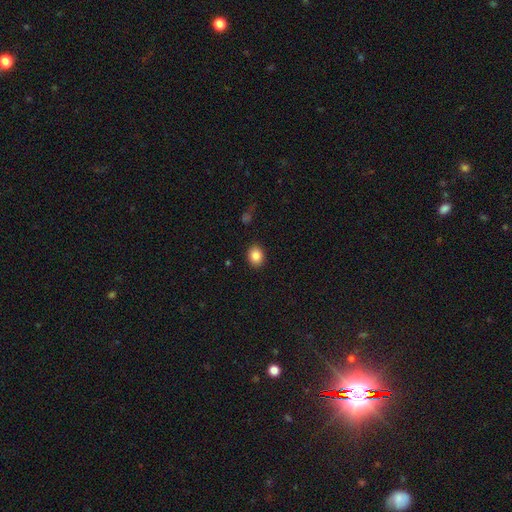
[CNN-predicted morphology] Smooth or featured? smooth (85%)
How rounded? round (53%)
Merging? none (90%)